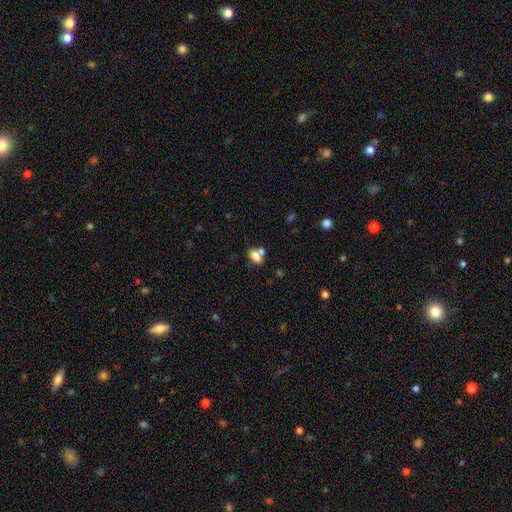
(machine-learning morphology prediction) smooth_or_featured: smooth (p=0.79) [alt: featured or disk p=0.12]
how_rounded: in between (p=0.81) [alt: round p=0.16]
merging: none (p=0.47) [alt: merger p=0.36]